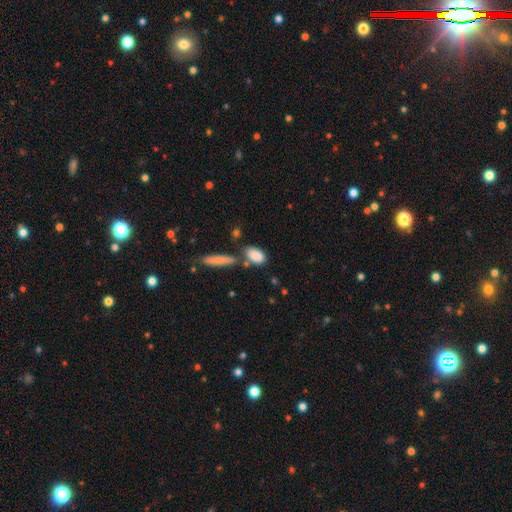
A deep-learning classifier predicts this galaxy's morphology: This is clearly a smooth galaxy (86%). How rounded: clearly in between (84%). Merging: possibly none (59%).